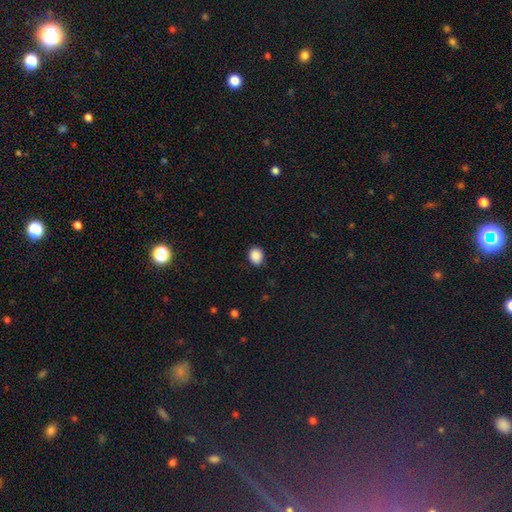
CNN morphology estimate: Smooth or featured? smooth (89%)
How rounded? in between (50%)
Merging? none (84%)